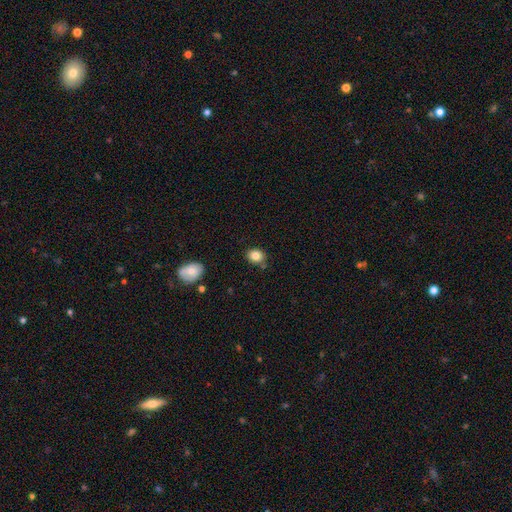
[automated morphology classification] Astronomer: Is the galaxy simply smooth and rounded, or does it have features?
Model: smooth — 83%.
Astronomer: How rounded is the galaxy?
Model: round — 54% (runner-up: in between, 45%).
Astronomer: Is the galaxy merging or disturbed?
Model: none — 79%.